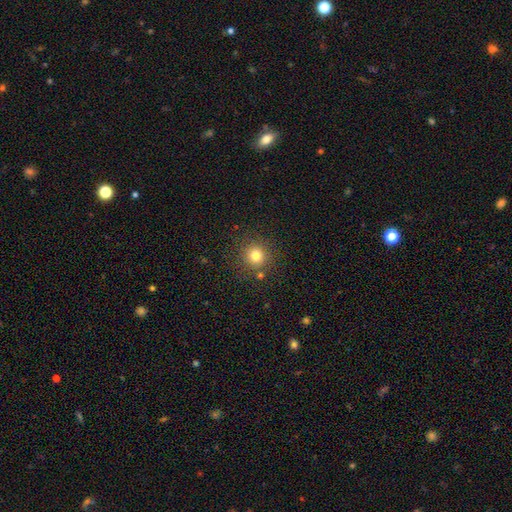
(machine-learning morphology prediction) Overall: smooth (79%). How rounded: round (93%). Merging: none (85%).